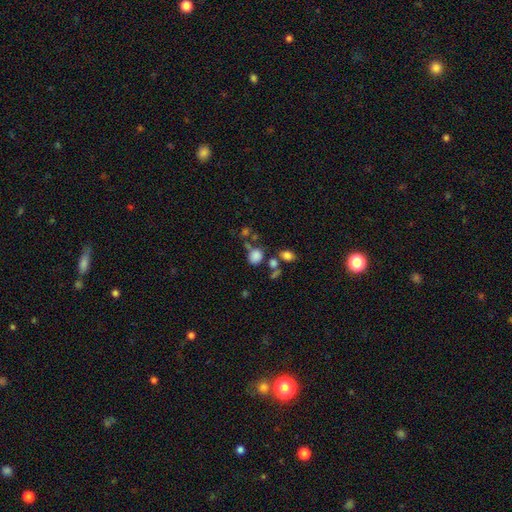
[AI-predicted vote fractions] This is clearly a smooth galaxy (80%). How rounded: likely round (63%). Merging: possibly none (55%).